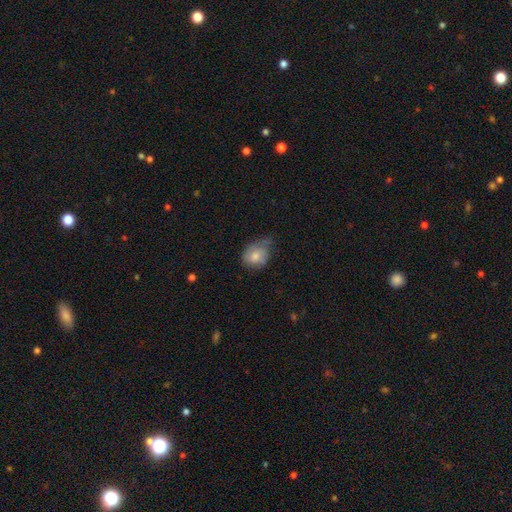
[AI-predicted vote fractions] Overall: smooth (69%). How rounded: in between (51%; round 48%). Merging: minor disturbance (43%; none 37%).